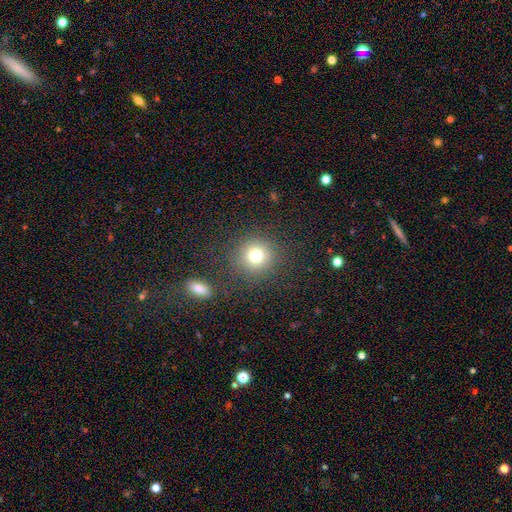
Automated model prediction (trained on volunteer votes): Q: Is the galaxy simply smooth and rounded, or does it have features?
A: smooth — 76%.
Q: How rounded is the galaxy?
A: round — 92%.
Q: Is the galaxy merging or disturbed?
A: none — 85%.